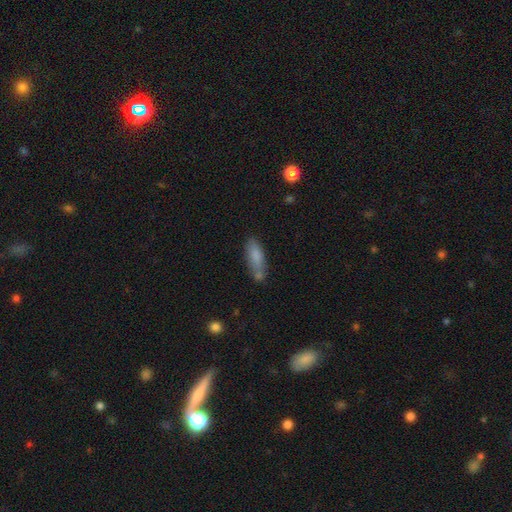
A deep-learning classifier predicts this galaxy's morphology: Smooth or featured? Predicted: smooth (p=0.81). How rounded? Predicted: in between (p=0.64). Merging? Predicted: none (p=0.58).